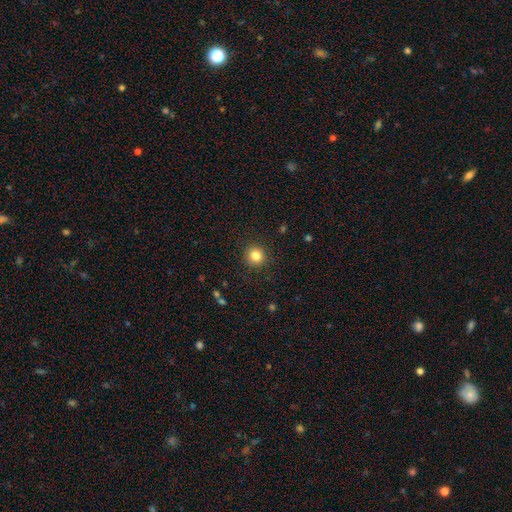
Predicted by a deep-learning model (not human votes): This is clearly a smooth galaxy (83%). How rounded: clearly round (94%). Merging: clearly none (91%).